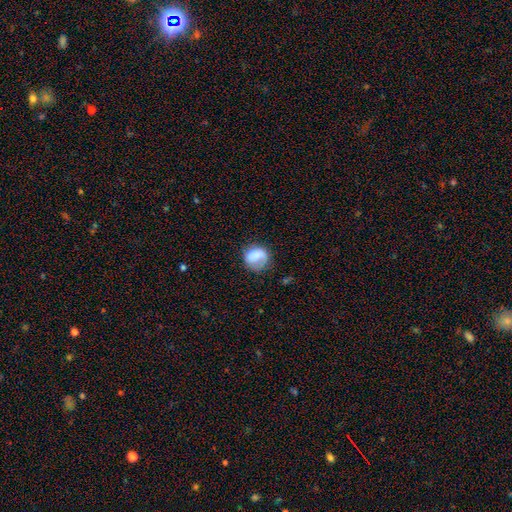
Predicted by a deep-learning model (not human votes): The model was most divided on "merging": none: 57%, minor disturbance: 25%, major disturbance: 16%, merger: 2%. More confident: how rounded — round (76%); smooth or featured — smooth (74%).